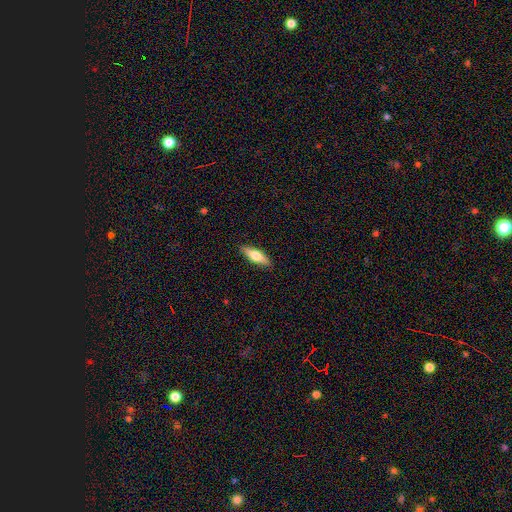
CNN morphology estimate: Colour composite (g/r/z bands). It shows a smooth galaxy with no disk features (54%) that is cigar-shaped (53%). Merging: none (89%).